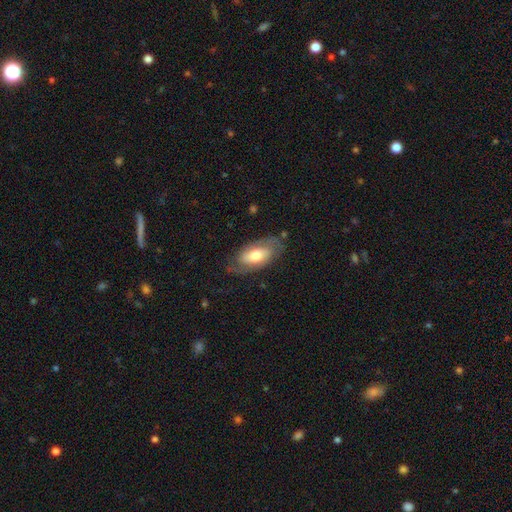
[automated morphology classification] Smooth or featured: featured or disk — 52% (smooth — 42%)
Edge-on disk: no — 88% (yes — 12%)
Merging: none — 67% (minor disturbance — 21%)